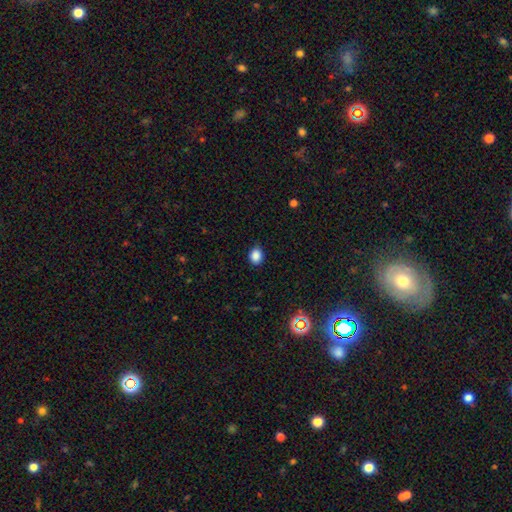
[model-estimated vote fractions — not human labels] smooth 86%, star or artifact 10%, featured or disk 3%. Down the decision tree: how rounded — round (50%); merging — none (85%).